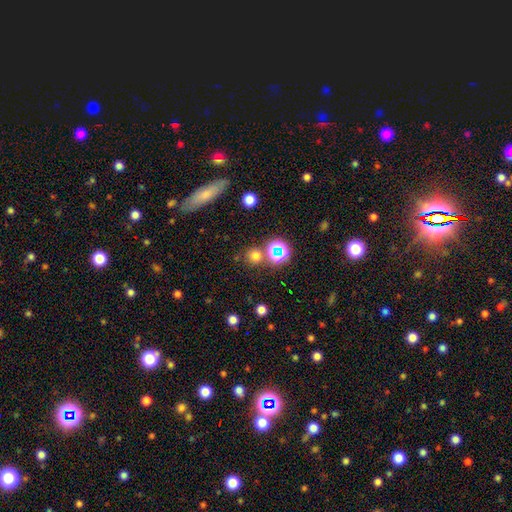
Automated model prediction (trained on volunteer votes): This appears to be a smooth galaxy with no disk features (66%) that is round (90%). Merging: none (75%).